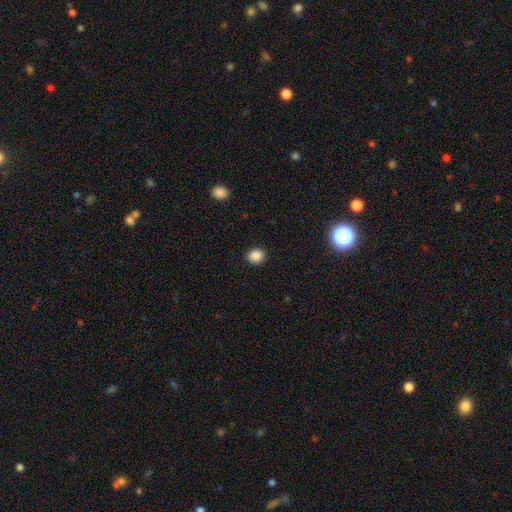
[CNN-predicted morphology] A smooth galaxy with no disk features (87%) that is round (77%). Merging: none (91%).